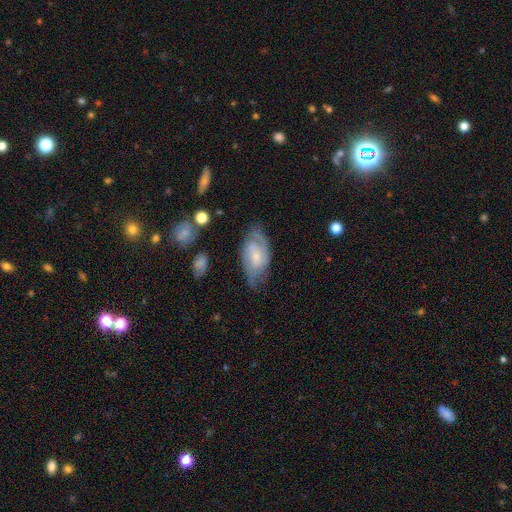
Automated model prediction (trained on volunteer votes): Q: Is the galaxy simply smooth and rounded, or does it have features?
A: featured or disk — 70%.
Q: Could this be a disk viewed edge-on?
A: no — 94%.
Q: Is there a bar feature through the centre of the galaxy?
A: no — 51%.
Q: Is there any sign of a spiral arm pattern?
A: yes — 89%.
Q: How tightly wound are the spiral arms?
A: medium — 43%.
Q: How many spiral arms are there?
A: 2 — 61%.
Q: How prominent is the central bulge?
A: small — 56%.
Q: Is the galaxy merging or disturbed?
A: none — 66%.